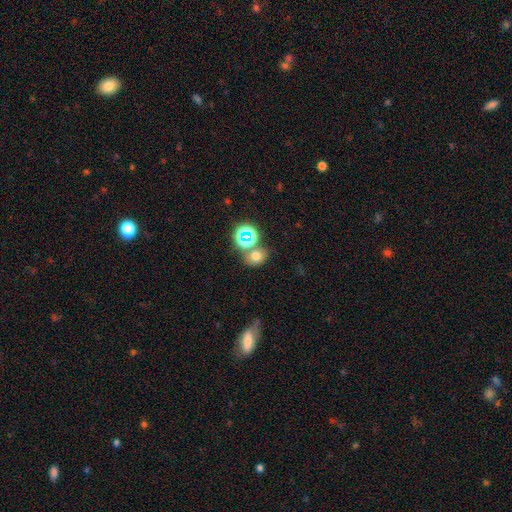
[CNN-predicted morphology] smooth-or-featured: smooth: 64% | star or artifact: 24% | featured or disk: 11%
  how-rounded: round: 53% | in between: 46% | cigar-shaped: 1%
  merging: none: 63% | merger: 23% | minor disturbance: 10% | major disturbance: 4%